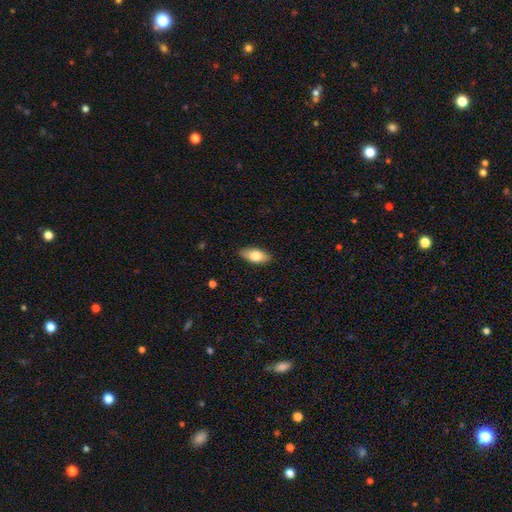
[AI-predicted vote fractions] Morphology: type=smooth (77%); roundness=in between (88%); merging=none (87%).